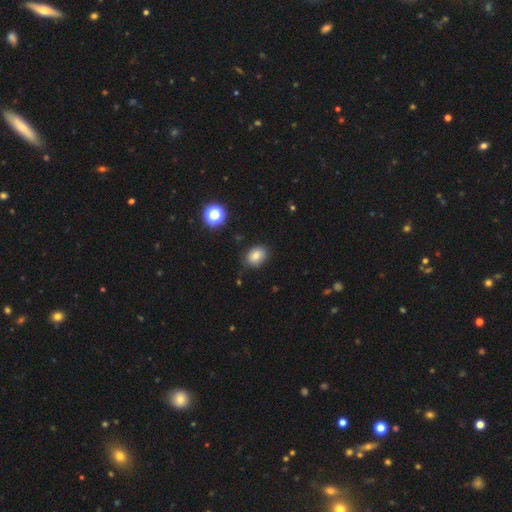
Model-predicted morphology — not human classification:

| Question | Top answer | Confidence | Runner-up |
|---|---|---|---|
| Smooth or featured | smooth | 83% | star or artifact (11%) |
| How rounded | in between | 68% | round (31%) |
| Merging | none | 80% | minor disturbance (15%) |